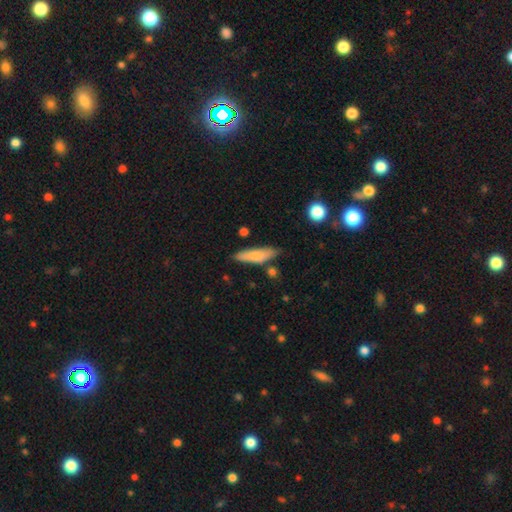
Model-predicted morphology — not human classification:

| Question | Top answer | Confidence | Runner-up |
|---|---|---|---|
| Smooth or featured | smooth | 78% | featured or disk (16%) |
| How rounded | cigar-shaped | 65% | in between (33%) |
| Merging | none | 77% | minor disturbance (15%) |